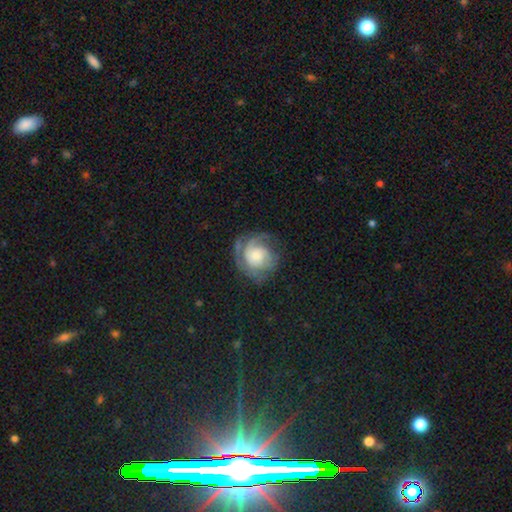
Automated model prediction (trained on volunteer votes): smooth-or-featured: featured or disk: 76% | smooth: 18% | star or artifact: 6%
  disk-edge-on: no: 98% | yes: 2%
    bar: no: 77% | weak: 19% | strong: 4%
    has-spiral-arms: yes: 93% | no: 7%
      spiral-winding: tight: 56% | medium: 33% | loose: 11%
      spiral-arm-count: 2: 33% | can't tell: 25% | 3: 22% | 1: 9% | 4: 6% | more than 4: 5%
    bulge-size: small: 41% | moderate: 37% | large: 16% | none: 4% | dominant: 3%
  merging: none: 66% | minor disturbance: 19% | major disturbance: 13% | merger: 2%